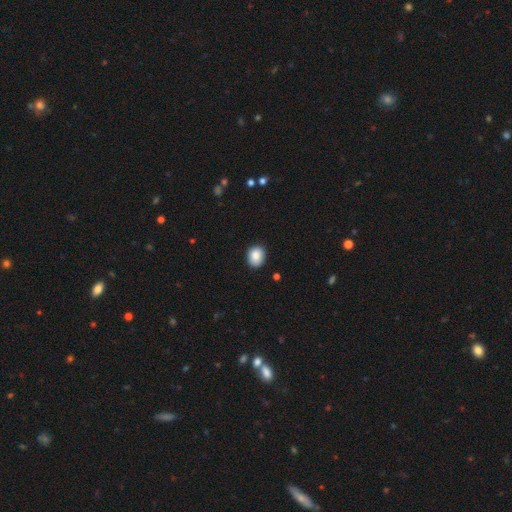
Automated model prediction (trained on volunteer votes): This appears to be a smooth galaxy with no disk features (87%) that is round (55%). Merging: none (86%).